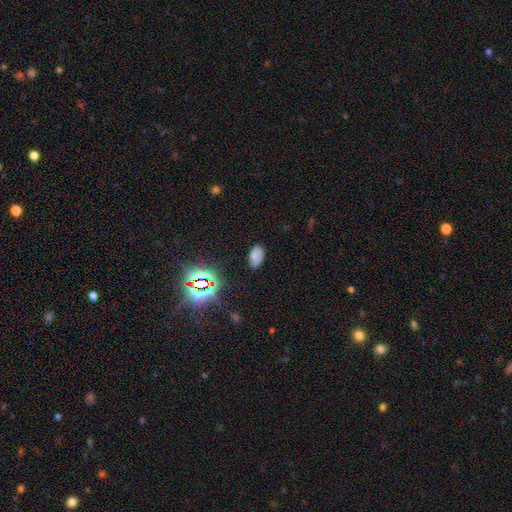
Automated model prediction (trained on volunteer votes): This appears to be a smooth galaxy with no disk features (66%) that is in between round and cigar-shaped (93%). Merging: none (78%).